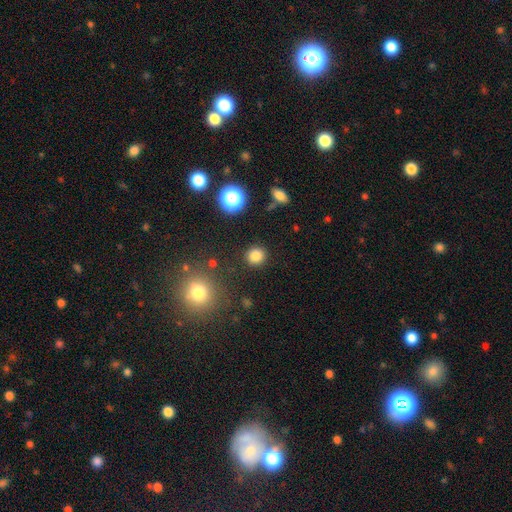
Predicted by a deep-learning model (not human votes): The model was most divided on "smooth or featured": smooth: 83%, star or artifact: 12%, featured or disk: 4%. More confident: how rounded — round (91%); merging — none (89%).